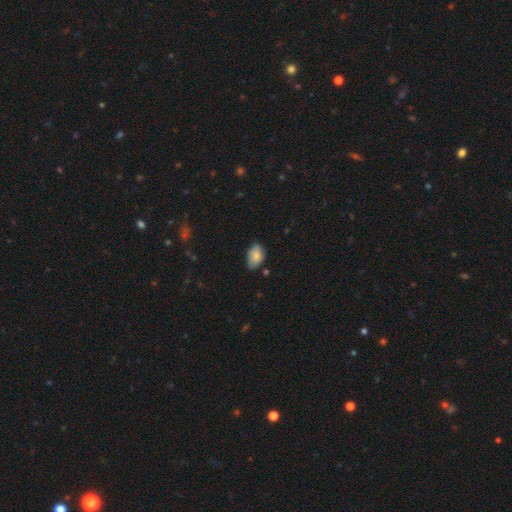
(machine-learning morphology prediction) smooth_or_featured: smooth (p=0.83) [alt: featured or disk p=0.10]
how_rounded: in between (p=0.90) [alt: round p=0.09]
merging: none (p=0.63) [alt: minor disturbance p=0.30]